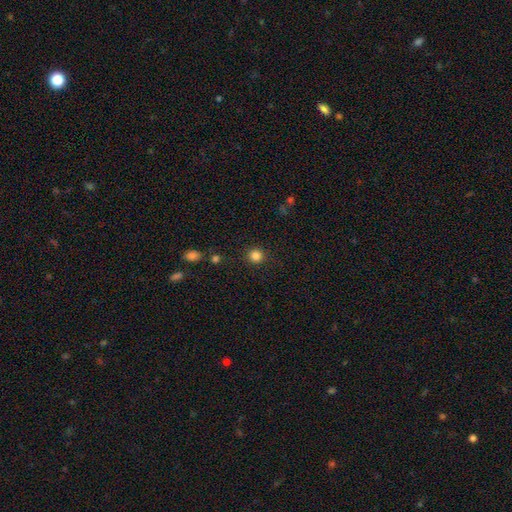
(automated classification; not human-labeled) A smooth galaxy with no disk features (84%) that is round (93%). Merging: none (90%).